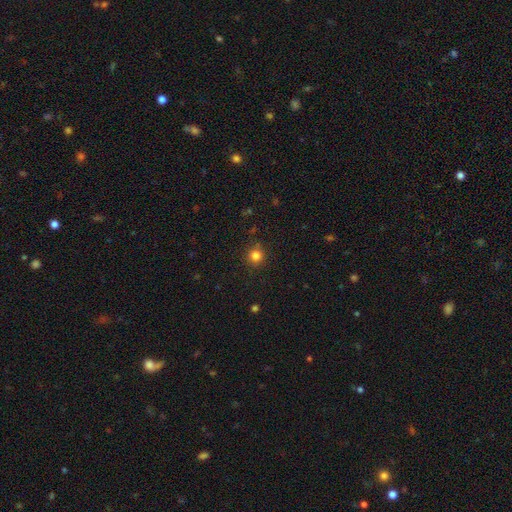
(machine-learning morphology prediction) A smooth galaxy with no disk features (82%) that is round (94%). Merging: none (89%).